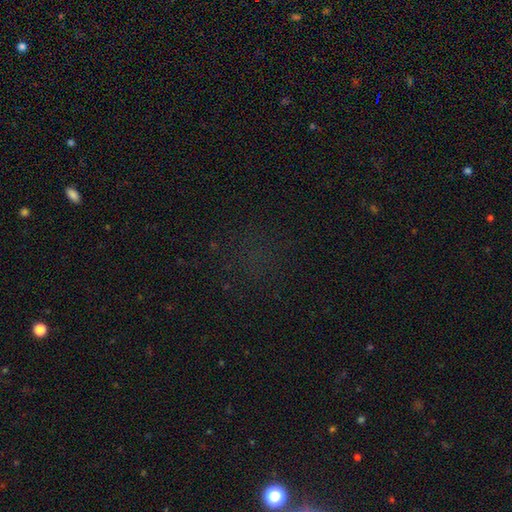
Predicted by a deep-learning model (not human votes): Q: Smooth or featured?
A: star or artifact (62%); runner-up: smooth (27%)